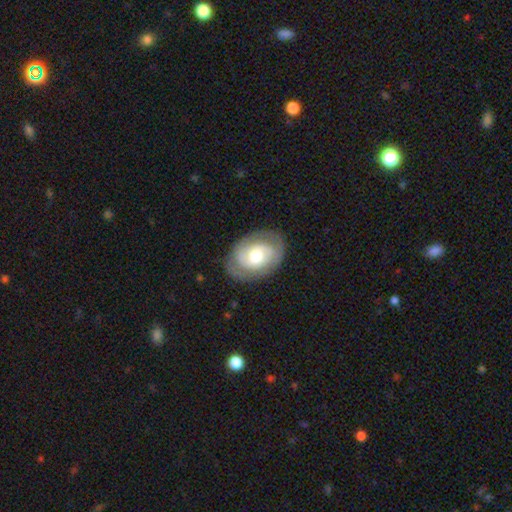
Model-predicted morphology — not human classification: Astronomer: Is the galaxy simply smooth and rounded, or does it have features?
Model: featured or disk — 59% (runner-up: smooth, 35%).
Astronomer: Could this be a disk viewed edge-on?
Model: no — 95%.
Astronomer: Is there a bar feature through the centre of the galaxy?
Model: no — 68%.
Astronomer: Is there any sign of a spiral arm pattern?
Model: yes — 66%.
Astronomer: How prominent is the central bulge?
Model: moderate — 61%.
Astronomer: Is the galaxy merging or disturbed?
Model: none — 78%.